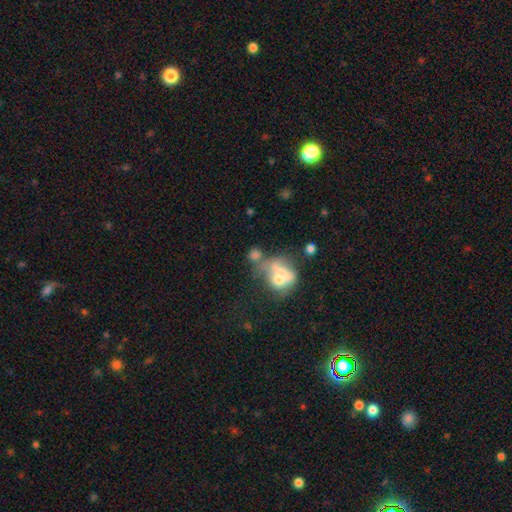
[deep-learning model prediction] smooth-or-featured: smooth: 55% | featured or disk: 28% | star or artifact: 17%
  how-rounded: in between: 52% | round: 43% | cigar-shaped: 4%
  merging: merger: 45% | none: 29% | major disturbance: 14% | minor disturbance: 12%